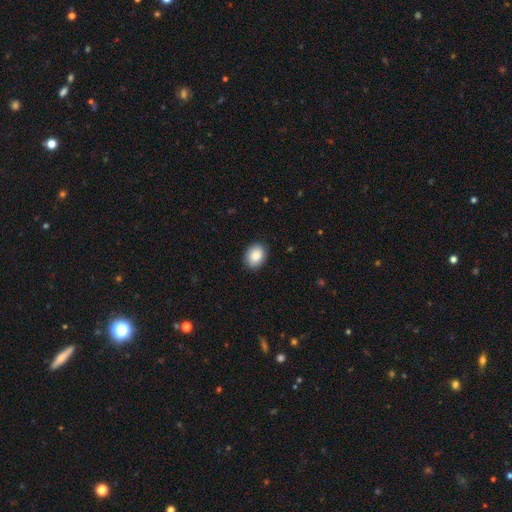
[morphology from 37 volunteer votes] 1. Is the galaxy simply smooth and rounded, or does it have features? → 86% smooth, 8% star or artifact, 5% featured or disk.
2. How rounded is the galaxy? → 88% in between, 12% round, 0% cigar-shaped.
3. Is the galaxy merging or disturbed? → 88% none, 9% minor disturbance, 3% major disturbance, 0% merger.